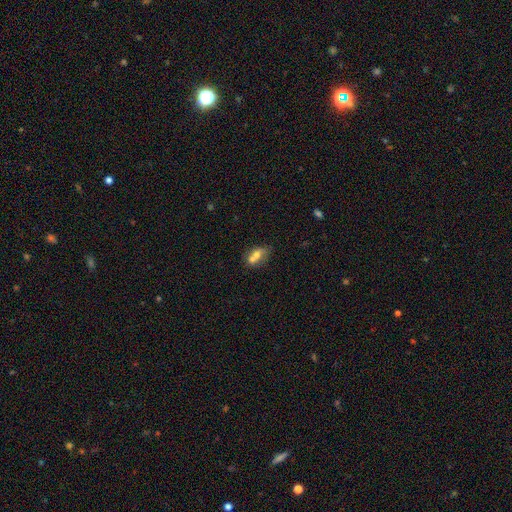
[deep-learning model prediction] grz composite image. It shows a smooth galaxy with no disk features (65%) that is in between round and cigar-shaped (65%). Merging: merger (59%).